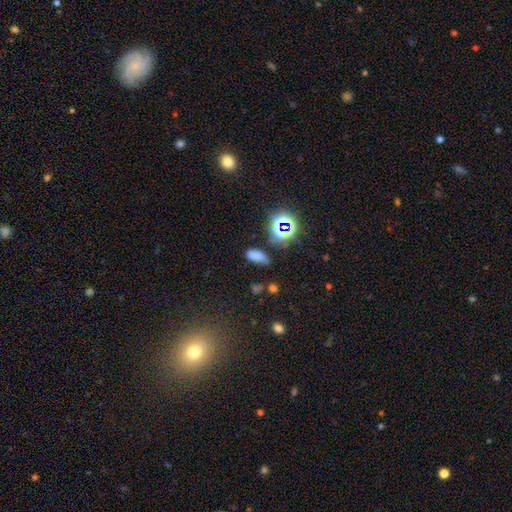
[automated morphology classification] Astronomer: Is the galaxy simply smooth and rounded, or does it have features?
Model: smooth — 63%.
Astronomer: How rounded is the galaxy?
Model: in between — 79%.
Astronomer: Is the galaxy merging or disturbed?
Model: none — 55%.